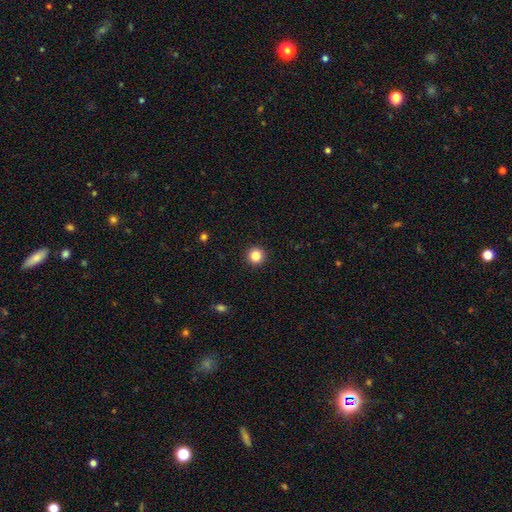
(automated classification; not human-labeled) A smooth galaxy with no disk features (85%) that is round (95%).

Vote fractions:
- Smooth or featured? smooth: 85% / star or artifact: 11% / featured or disk: 4%
- How rounded? round: 95% / in between: 4% / cigar-shaped: 1%
- Merging? none: 93% / minor disturbance: 4% / major disturbance: 2% / merger: 1%